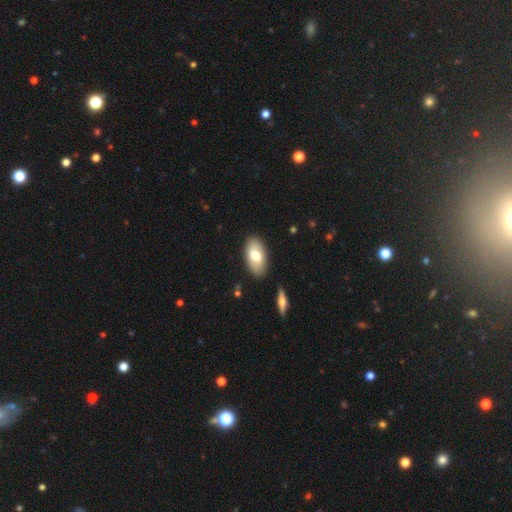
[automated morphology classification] smooth_or_featured: smooth (p=0.69) [alt: featured or disk p=0.25]
how_rounded: in between (p=0.94) [alt: round p=0.04]
merging: none (p=0.85) [alt: minor disturbance p=0.10]